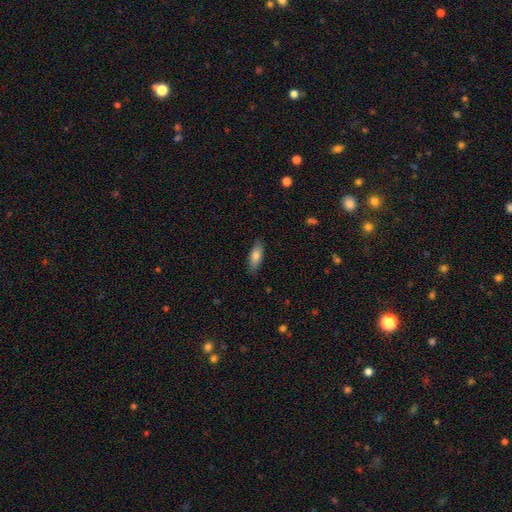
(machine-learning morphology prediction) Smooth or featured? smooth (78%)
How rounded? in between (65%)
Merging? none (86%)